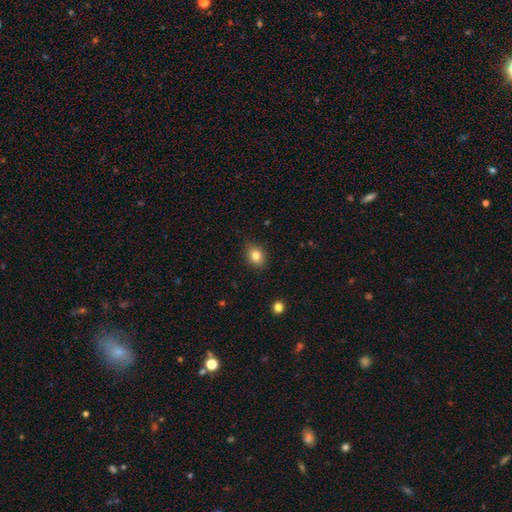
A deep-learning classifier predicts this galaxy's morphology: A smooth galaxy with no disk features (82%) that is in between round and cigar-shaped (58%).

Vote fractions:
- Smooth or featured? smooth: 82% / star or artifact: 10% / featured or disk: 8%
- How rounded? in between: 58% / round: 41% / cigar-shaped: 1%
- Merging? none: 86% / minor disturbance: 11% / major disturbance: 2% / merger: 1%